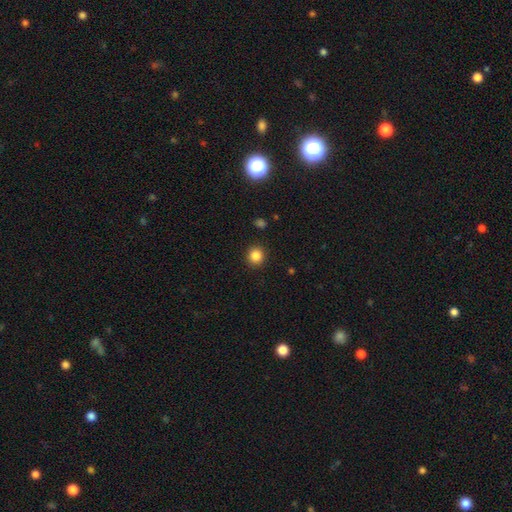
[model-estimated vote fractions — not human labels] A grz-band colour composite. It shows a smooth galaxy with no disk features (85%) that is round (91%). Merging: none (91%).